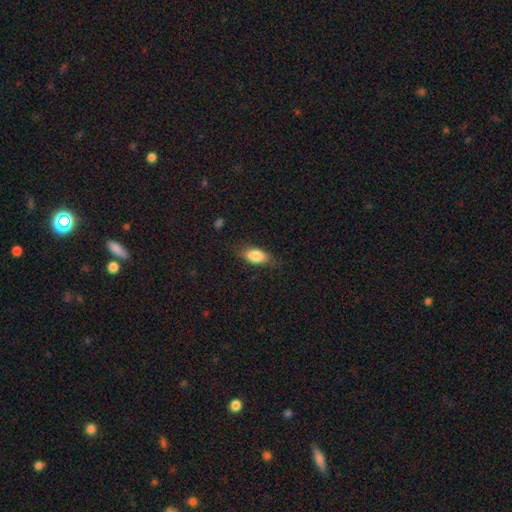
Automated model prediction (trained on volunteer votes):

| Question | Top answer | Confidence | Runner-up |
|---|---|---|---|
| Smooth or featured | smooth | 82% | featured or disk (11%) |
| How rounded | in between | 87% | cigar-shaped (8%) |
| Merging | none | 74% | minor disturbance (19%) |